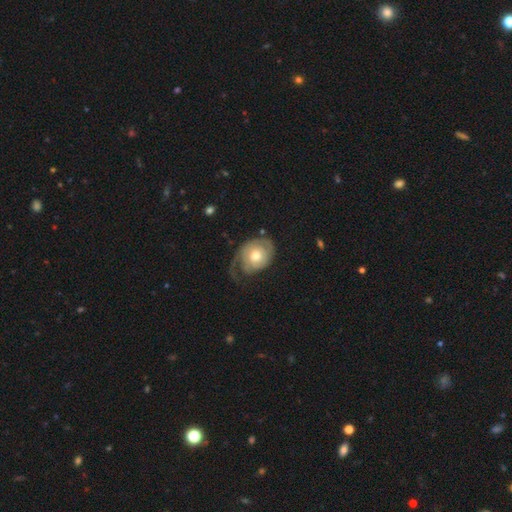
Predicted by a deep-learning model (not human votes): Q: Smooth or featured?
A: featured or disk (61%); runner-up: smooth (33%)
Q: Edge-on disk?
A: no (96%); runner-up: yes (4%)
Q: Bar?
A: no (81%); runner-up: weak (16%)
Q: Spiral arms?
A: yes (80%); runner-up: no (20%)
Q: Bulge size?
A: moderate (68%); runner-up: small (22%)
Q: Merging?
A: none (40%); runner-up: major disturbance (32%)